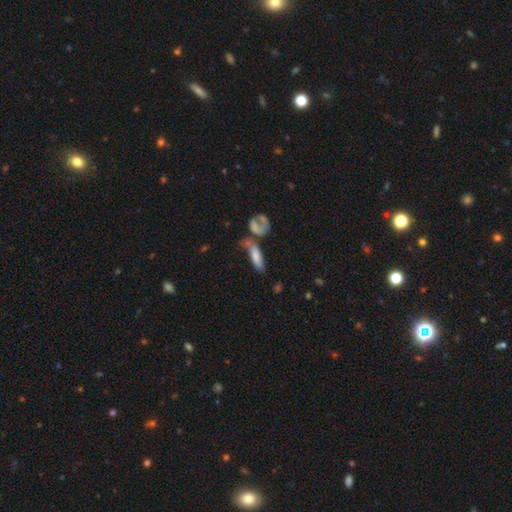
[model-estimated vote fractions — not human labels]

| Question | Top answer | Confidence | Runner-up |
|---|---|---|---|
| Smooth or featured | smooth | 66% | featured or disk (24%) |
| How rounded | in between | 54% | cigar-shaped (41%) |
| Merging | merger | 43% | none (28%) |